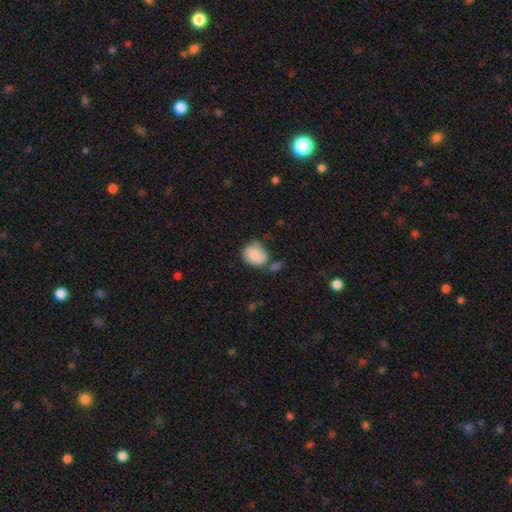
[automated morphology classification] A smooth galaxy with no disk features (81%) that is round (58%).

Vote fractions:
- Smooth or featured? smooth: 81% / featured or disk: 12% / star or artifact: 7%
- How rounded? round: 58% / in between: 41% / cigar-shaped: 1%
- Merging? none: 49% / minor disturbance: 27% / merger: 14% / major disturbance: 10%